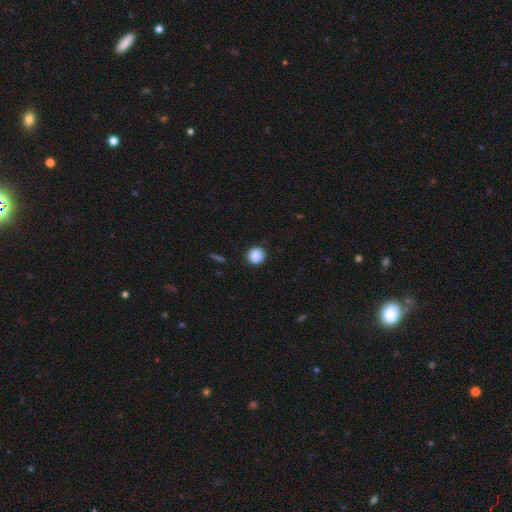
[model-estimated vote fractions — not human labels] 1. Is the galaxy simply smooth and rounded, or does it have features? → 87% smooth, 9% star or artifact, 4% featured or disk.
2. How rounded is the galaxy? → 91% round, 8% in between, 1% cigar-shaped.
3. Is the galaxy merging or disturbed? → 87% none, 10% minor disturbance, 2% major disturbance, 1% merger.